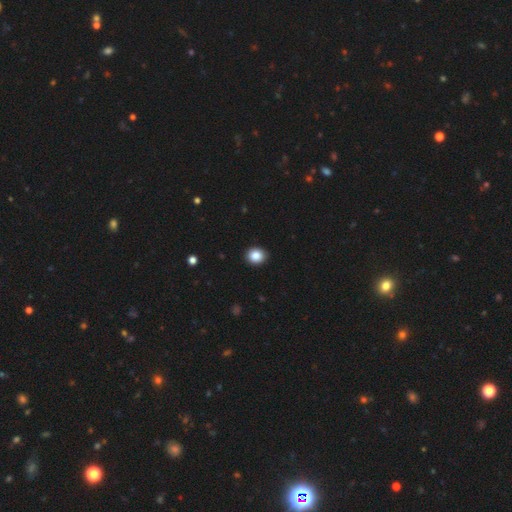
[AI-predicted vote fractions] smooth-or-featured: smooth: 87% | star or artifact: 9% | featured or disk: 4%
  how-rounded: round: 74% | in between: 25% | cigar-shaped: 1%
  merging: none: 92% | minor disturbance: 5% | major disturbance: 2% | merger: 1%